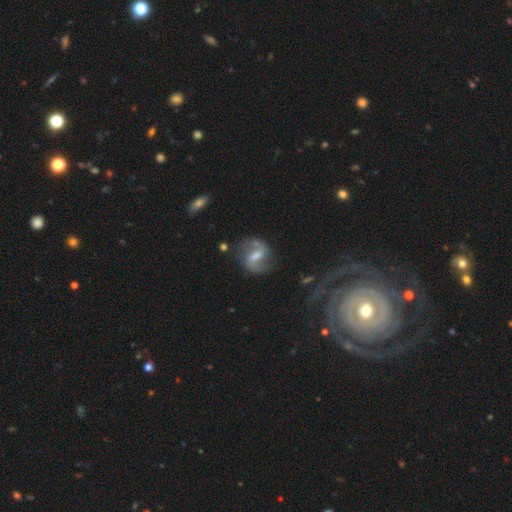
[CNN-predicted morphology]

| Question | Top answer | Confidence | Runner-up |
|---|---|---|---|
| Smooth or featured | featured or disk | 70% | smooth (22%) |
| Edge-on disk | no | 96% | yes (4%) |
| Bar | weak | 49% | strong (36%) |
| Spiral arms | yes | 85% | no (15%) |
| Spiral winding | loose | 49% | medium (39%) |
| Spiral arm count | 2 | 87% | can't tell (7%) |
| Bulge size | moderate | 45% | small (31%) |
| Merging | none | 70% | minor disturbance (18%) |